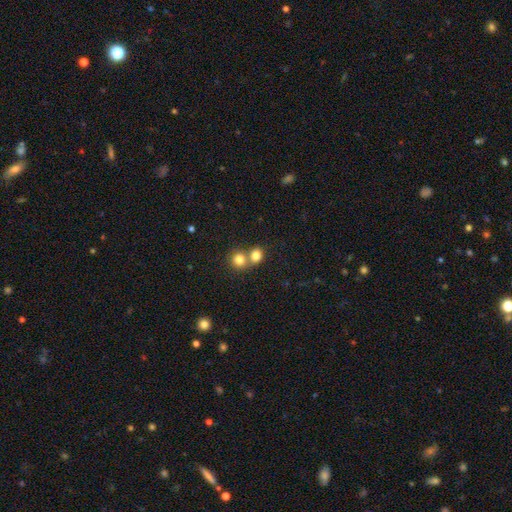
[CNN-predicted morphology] This is clearly a smooth galaxy (80%). How rounded: likely round (73%). Merging: possibly merger (53%).